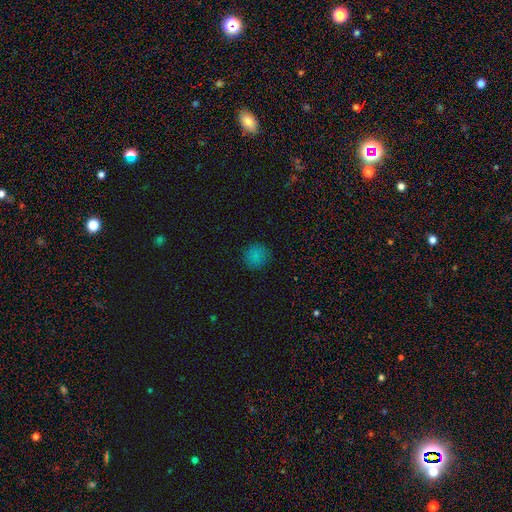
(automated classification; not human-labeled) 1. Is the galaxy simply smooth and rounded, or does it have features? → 82% smooth, 14% star or artifact, 4% featured or disk.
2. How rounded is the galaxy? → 92% round, 7% in between, 1% cigar-shaped.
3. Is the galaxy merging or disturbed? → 89% none, 8% minor disturbance, 2% major disturbance, 1% merger.